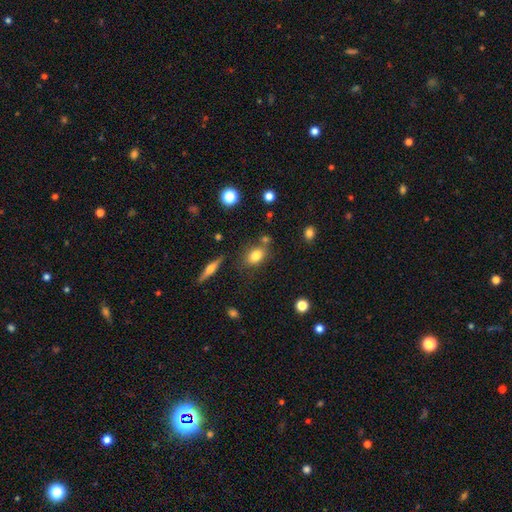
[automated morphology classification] This is likely a smooth galaxy (79%). How rounded: likely in between (76%). Merging: likely none (71%).